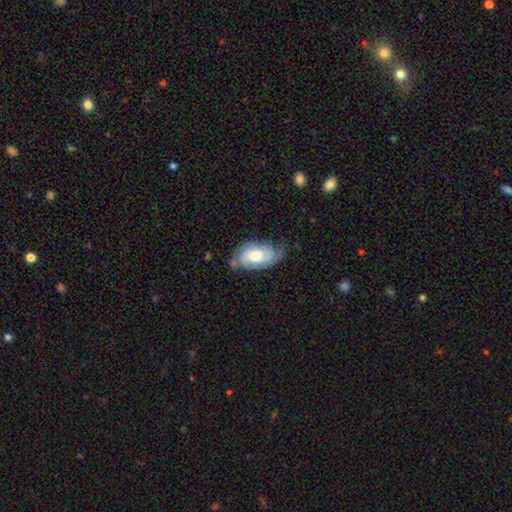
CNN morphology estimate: featured or disk 58%, smooth 36%, star or artifact 7%. Down the decision tree: edge-on disk — no (94%); bar — no (63%); spiral arms — yes (87%); bulge size — moderate (47%); merging — none (51%).